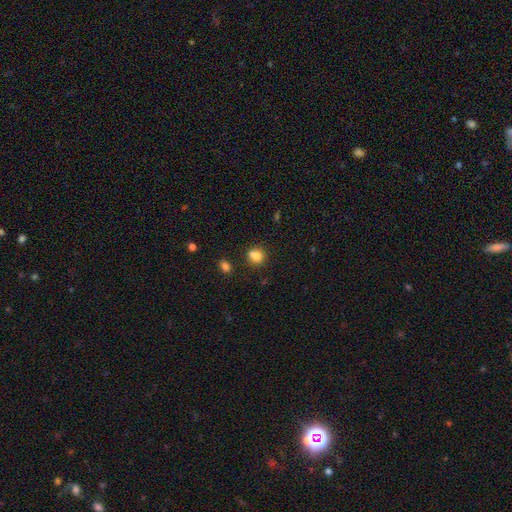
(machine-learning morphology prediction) Smooth or featured: smooth — 79% (star or artifact — 12%)
How rounded: round — 74% (in between — 24%)
Merging: none — 54% (merger — 28%)